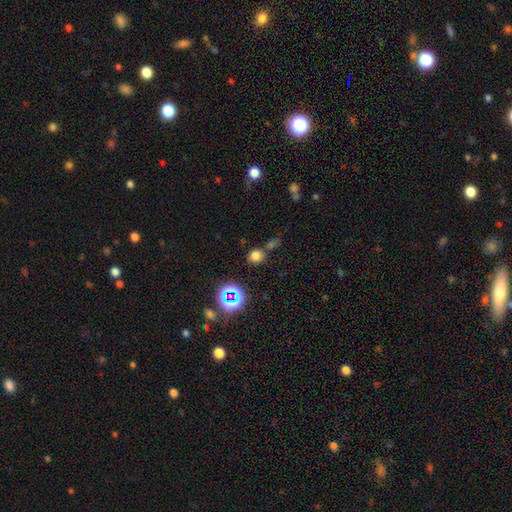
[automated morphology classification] The model was most divided on "smooth or featured": smooth: 70%, star or artifact: 23%, featured or disk: 6%. More confident: how rounded — round (83%); merging — none (69%).